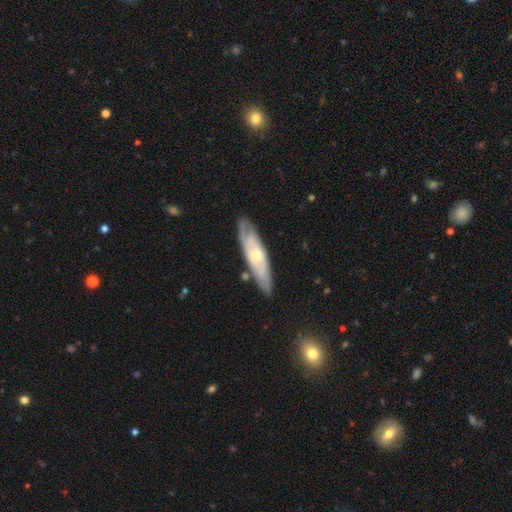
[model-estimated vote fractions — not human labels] Smooth or featured: featured or disk — 64% (smooth — 30%)
Edge-on disk: no — 57% (yes — 43%)
Merging: none — 76% (minor disturbance — 17%)